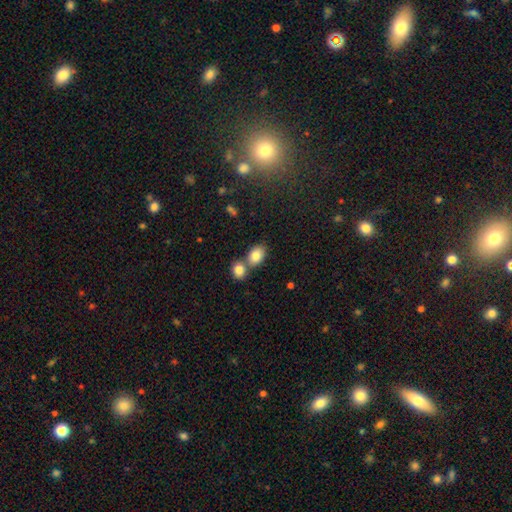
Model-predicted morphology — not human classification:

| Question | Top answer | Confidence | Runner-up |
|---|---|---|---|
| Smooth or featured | smooth | 83% | featured or disk (9%) |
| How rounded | in between | 75% | round (24%) |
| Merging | merger | 44% | tied: none (44%) |